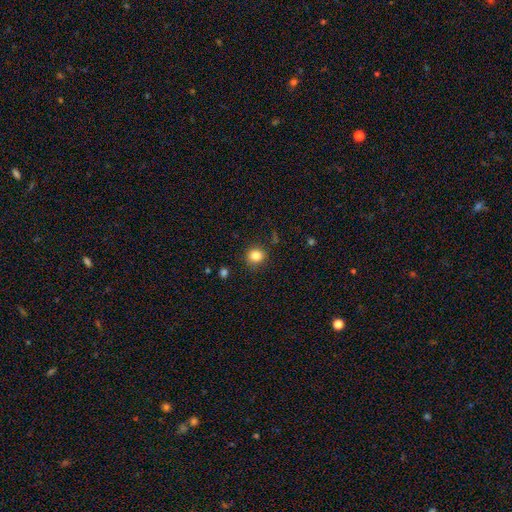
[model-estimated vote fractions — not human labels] This is clearly a smooth galaxy (84%). How rounded: clearly round (86%). Merging: clearly none (87%).